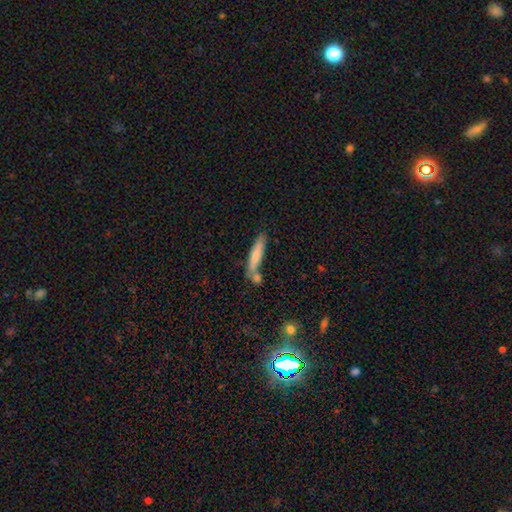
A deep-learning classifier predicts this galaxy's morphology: Smooth or featured: smooth — 71% (featured or disk — 23%)
How rounded: cigar-shaped — 87% (in between — 11%)
Merging: none — 63% (merger — 18%)